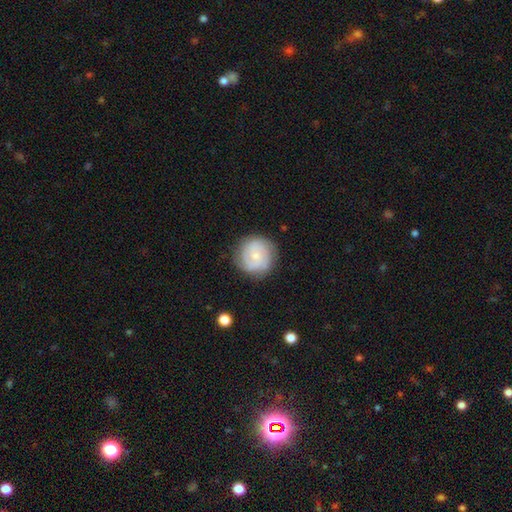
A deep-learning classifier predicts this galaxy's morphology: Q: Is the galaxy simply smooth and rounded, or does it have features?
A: featured or disk — 64%.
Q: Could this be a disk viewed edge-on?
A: no — 98%.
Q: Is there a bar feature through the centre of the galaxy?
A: no — 69%.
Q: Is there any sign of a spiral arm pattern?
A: yes — 92%.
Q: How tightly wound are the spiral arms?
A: tight — 61%.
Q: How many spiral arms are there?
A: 2 — 37%.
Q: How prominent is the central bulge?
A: small — 69%.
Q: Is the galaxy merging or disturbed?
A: none — 82%.